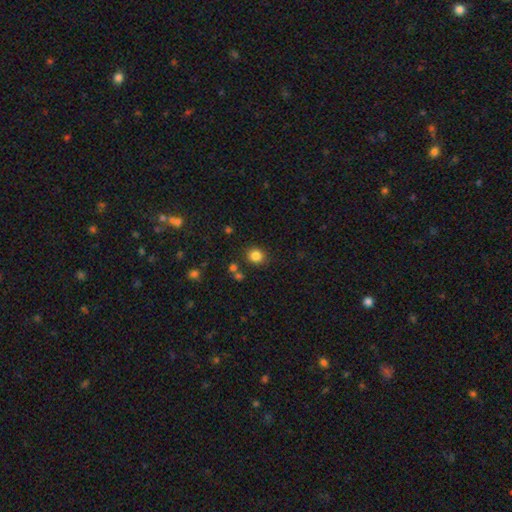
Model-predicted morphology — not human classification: This is clearly a smooth galaxy (84%). How rounded: likely round (78%). Merging: clearly none (84%).